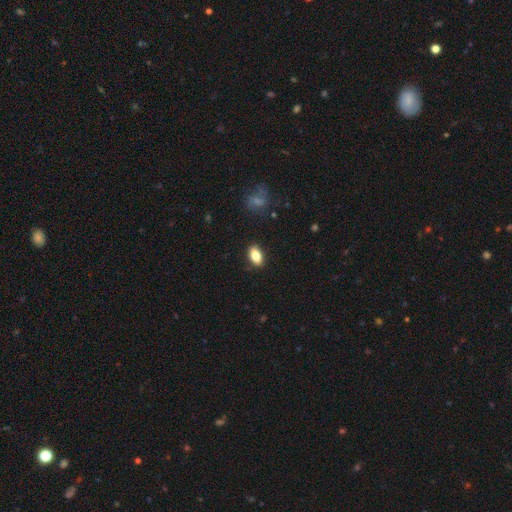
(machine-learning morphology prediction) Overall: smooth (83%). How rounded: in between (89%). Merging: none (88%).